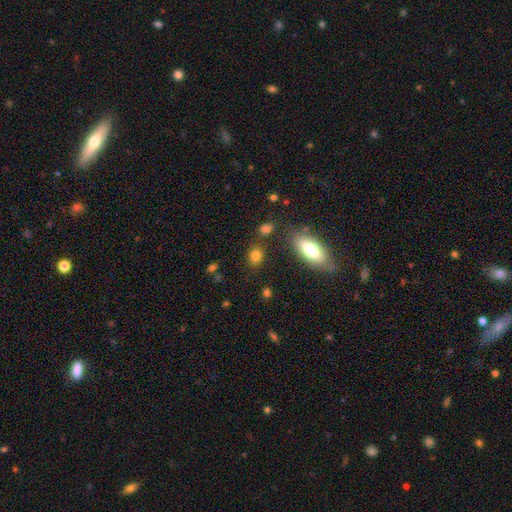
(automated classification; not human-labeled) Smooth or featured: smooth — 81% (star or artifact — 11%)
How rounded: in between — 51% (round — 46%)
Merging: none — 80% (minor disturbance — 11%)